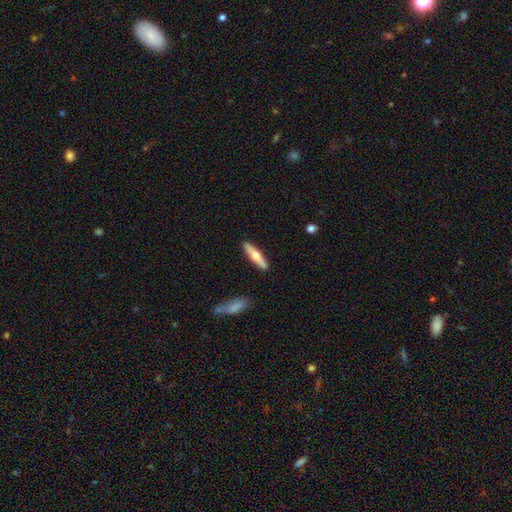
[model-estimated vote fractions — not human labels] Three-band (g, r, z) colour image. It shows a smooth galaxy with no disk features (50%) that is cigar-shaped (79%). Merging: none (88%).